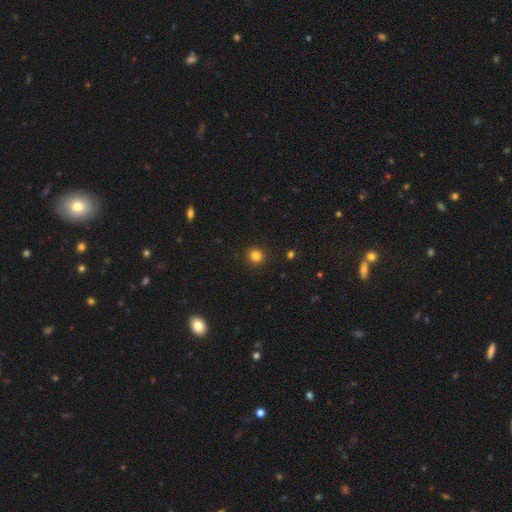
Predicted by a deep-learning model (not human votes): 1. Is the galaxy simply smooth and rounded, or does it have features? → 83% smooth, 13% star or artifact, 4% featured or disk.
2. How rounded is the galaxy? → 94% round, 5% in between, 1% cigar-shaped.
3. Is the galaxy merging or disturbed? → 92% none, 5% minor disturbance, 2% major disturbance, 1% merger.